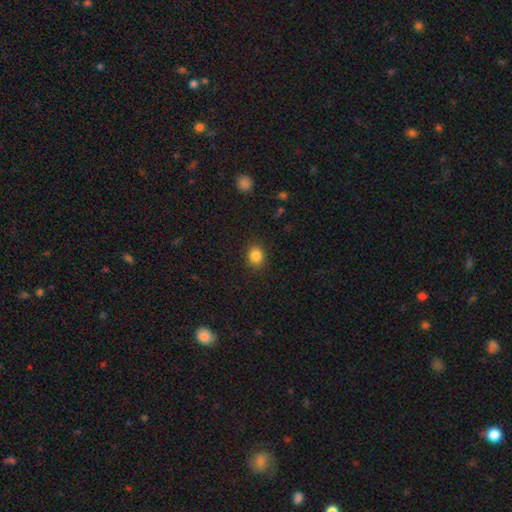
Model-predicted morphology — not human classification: Smooth or featured? smooth (85%)
How rounded? round (59%)
Merging? none (88%)